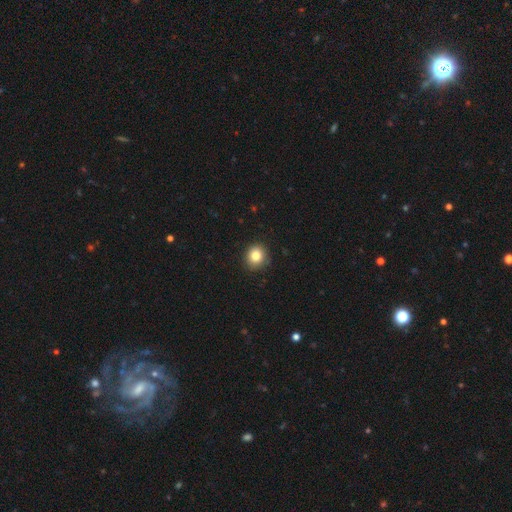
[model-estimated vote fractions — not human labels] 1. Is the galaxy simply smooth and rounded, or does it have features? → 84% smooth, 10% star or artifact, 6% featured or disk.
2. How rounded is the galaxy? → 79% round, 20% in between, 1% cigar-shaped.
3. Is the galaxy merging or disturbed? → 88% none, 9% minor disturbance, 2% major disturbance, 1% merger.